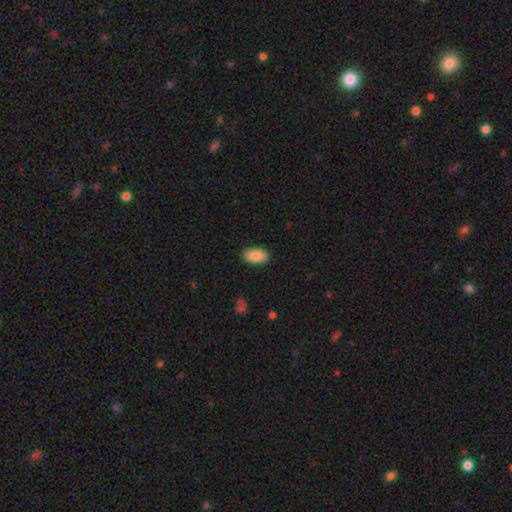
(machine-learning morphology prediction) Smooth or featured? smooth (86%)
How rounded? in between (94%)
Merging? none (88%)